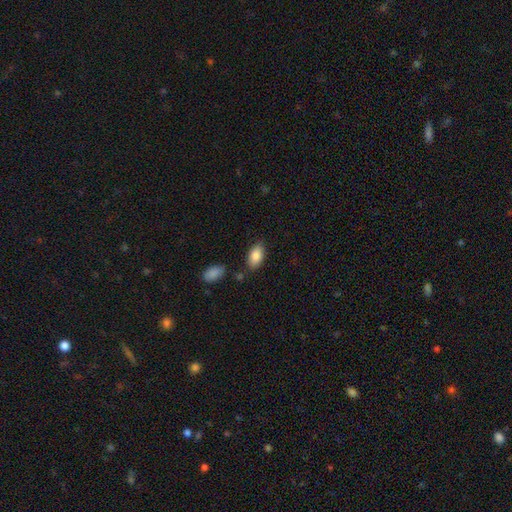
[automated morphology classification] A smooth galaxy with no disk features (86%) that is in between round and cigar-shaped (93%). Merging: none (80%).